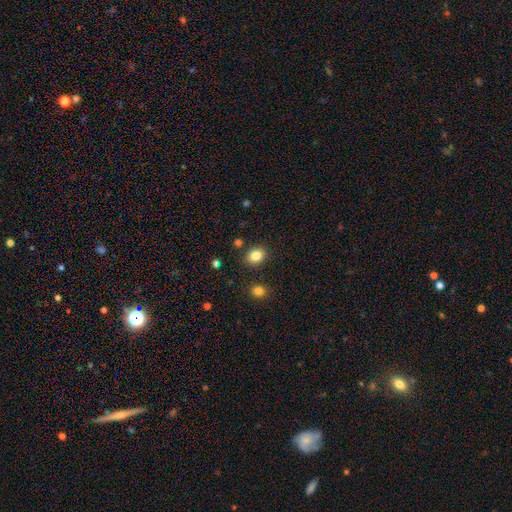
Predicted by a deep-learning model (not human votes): Smooth or featured: smooth — 84% (star or artifact — 10%)
How rounded: in between — 54% (round — 45%)
Merging: none — 86% (minor disturbance — 8%)